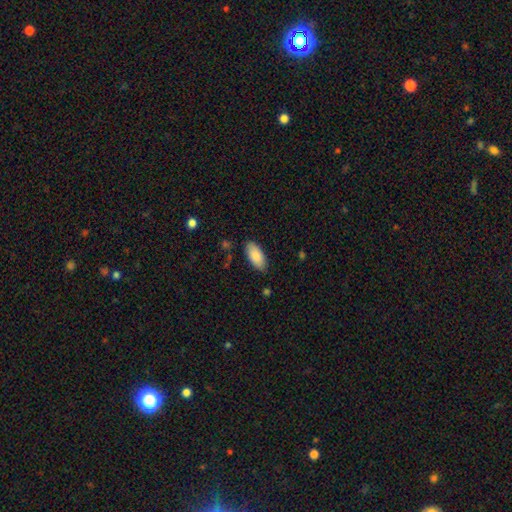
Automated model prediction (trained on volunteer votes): This is clearly a smooth galaxy (88%). How rounded: clearly in between (92%). Merging: clearly none (85%).